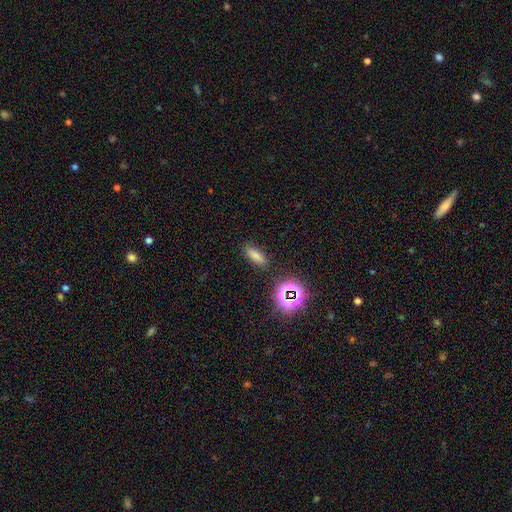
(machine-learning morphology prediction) A smooth galaxy with no disk features (72%) that is in between round and cigar-shaped (66%). Merging: none (84%).